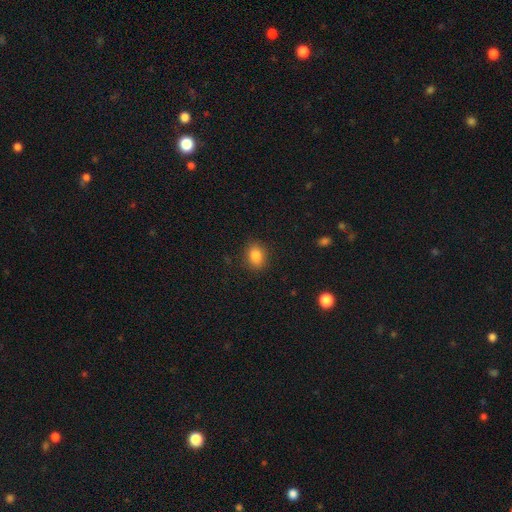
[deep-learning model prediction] smooth-or-featured: smooth: 84% | star or artifact: 10% | featured or disk: 6%
  how-rounded: in between: 60% | round: 39% | cigar-shaped: 1%
  merging: none: 88% | minor disturbance: 9% | major disturbance: 3% | merger: 1%